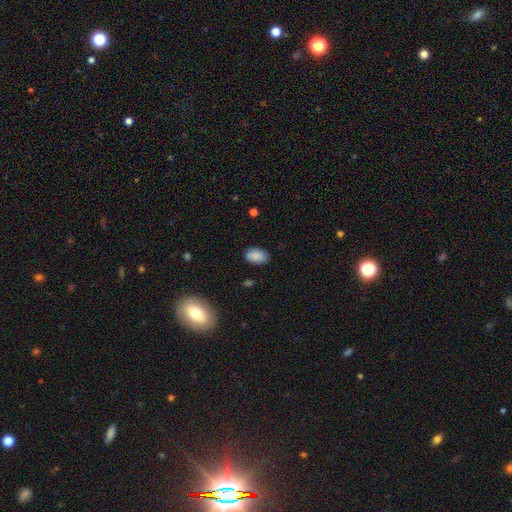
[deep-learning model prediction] The model was most divided on "merging": none: 84%, minor disturbance: 12%, major disturbance: 3%, merger: 1%. More confident: how rounded — in between (90%); smooth or featured — smooth (86%).